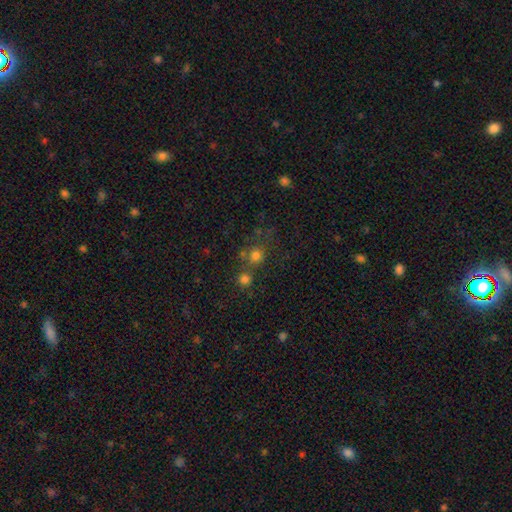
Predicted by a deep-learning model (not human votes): Overall: smooth (73%). How rounded: round (90%). Merging: none (62%; merger 24%).